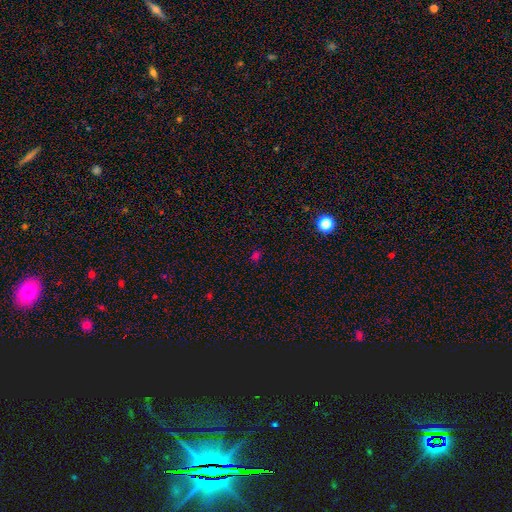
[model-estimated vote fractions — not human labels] Smooth or featured: smooth — 57% (star or artifact — 38%)
How rounded: round — 60% (in between — 38%)
Merging: none — 80% (minor disturbance — 11%)